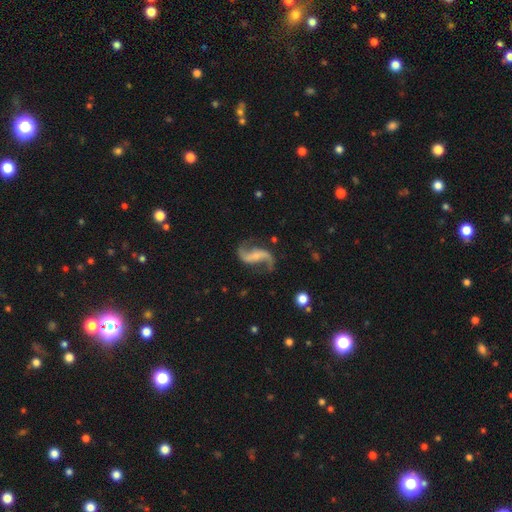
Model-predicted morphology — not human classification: A featured or disk galaxy (90%) with a weak bar (36%), 2 (94%) loose (81%) spiral arms (97%) and no central bulge (44%). Merging: none (76%).